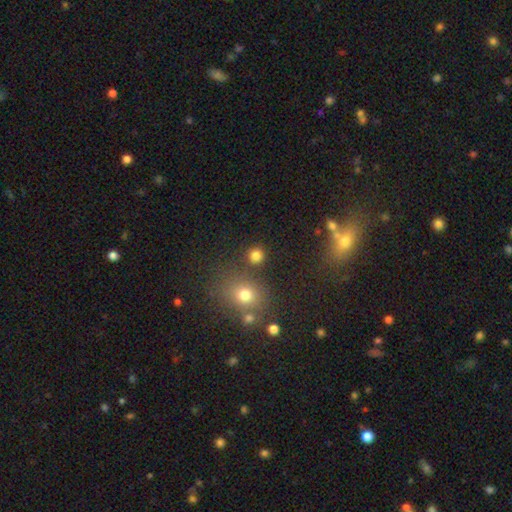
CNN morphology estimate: Q: Smooth or featured?
A: smooth (79%); runner-up: star or artifact (16%)
Q: How rounded?
A: round (91%); runner-up: in between (8%)
Q: Merging?
A: none (82%); runner-up: merger (8%)